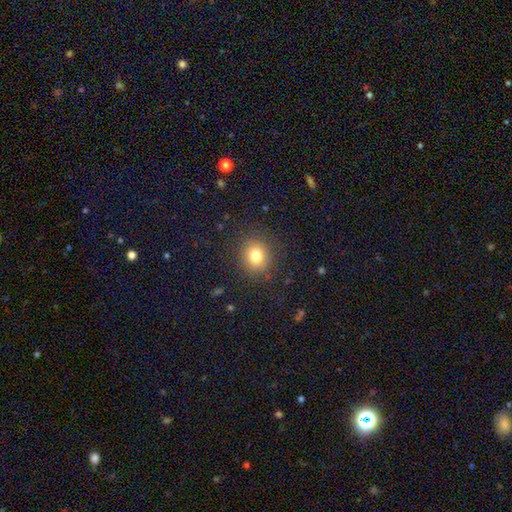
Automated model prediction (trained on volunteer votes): This is likely a smooth galaxy (79%). How rounded: clearly round (80%). Merging: clearly none (87%).